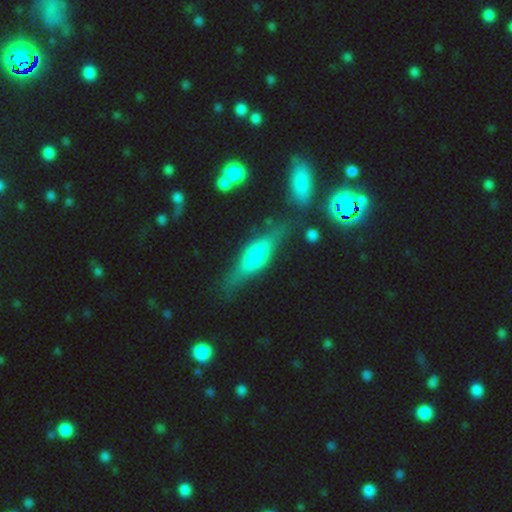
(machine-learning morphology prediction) This is possibly a featured or disk galaxy (53%). It is clearly viewed edge-on (87%). Merging: likely none (70%).